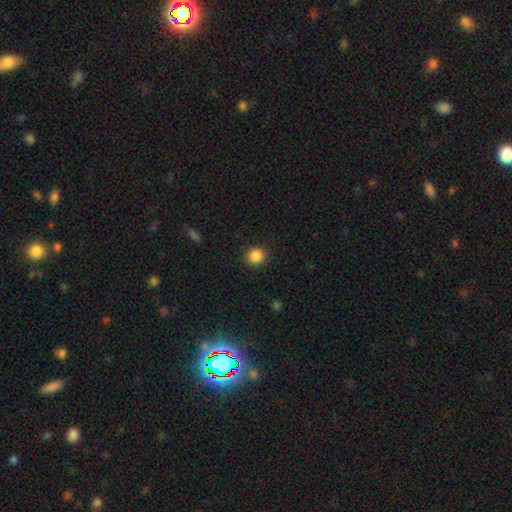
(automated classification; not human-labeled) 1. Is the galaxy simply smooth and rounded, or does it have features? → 87% smooth, 10% star or artifact, 3% featured or disk.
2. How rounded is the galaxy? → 89% round, 10% in between, 1% cigar-shaped.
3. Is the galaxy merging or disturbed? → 90% none, 7% minor disturbance, 2% major disturbance, 1% merger.